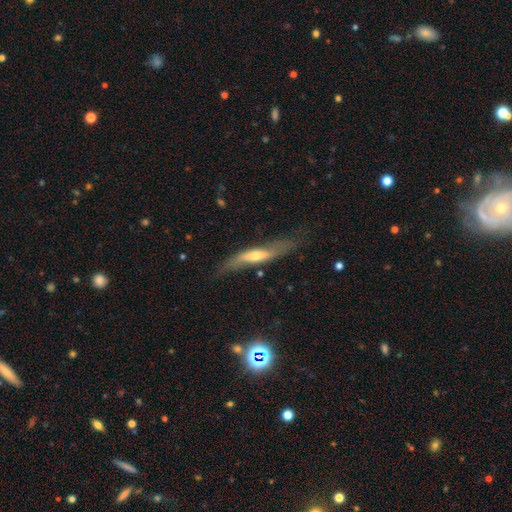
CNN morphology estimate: Overall: featured or disk (64%; smooth 27%). Edge-on disk: yes (69%; no 31%). Merging: none (68%).